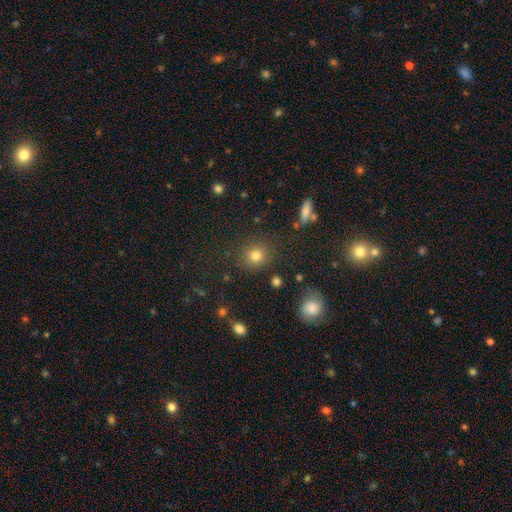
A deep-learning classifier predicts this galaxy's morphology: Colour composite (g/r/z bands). It shows a smooth galaxy with no disk features (78%) that is round (87%). Merging: none (86%).